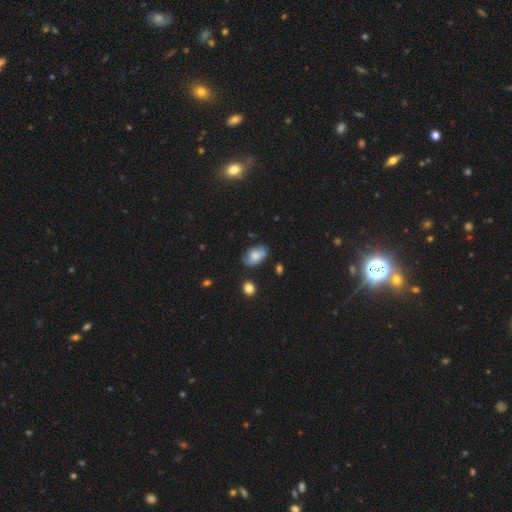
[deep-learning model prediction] Smooth or featured? smooth (57%)
How rounded? in between (88%)
Merging? none (62%)